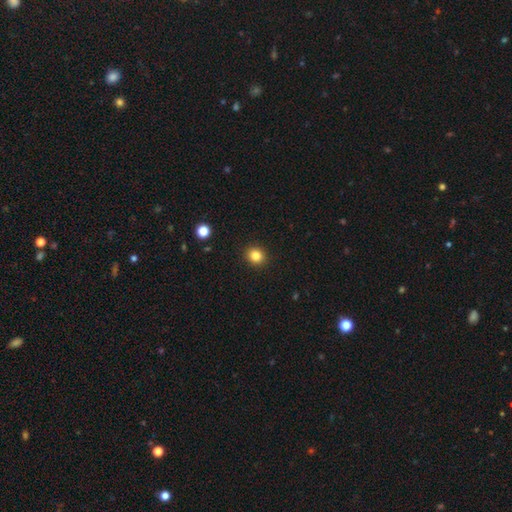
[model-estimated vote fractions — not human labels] The model was most divided on "how rounded": round: 83%, in between: 16%, cigar-shaped: 1%. More confident: merging — none (92%); smooth or featured — smooth (83%).